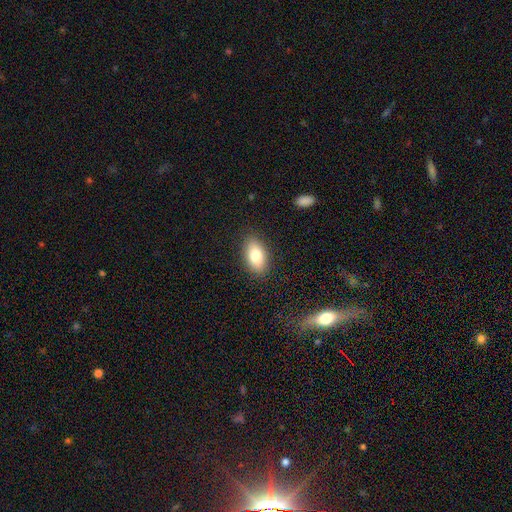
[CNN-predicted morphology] smooth_or_featured: smooth (p=0.80) [alt: featured or disk p=0.12]
how_rounded: in between (p=0.91) [alt: round p=0.05]
merging: none (p=0.87) [alt: minor disturbance p=0.09]